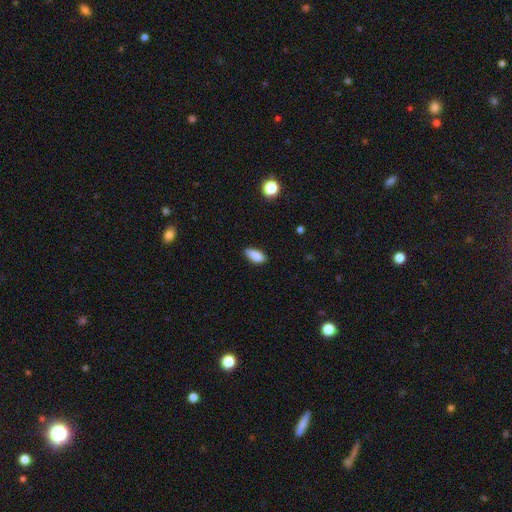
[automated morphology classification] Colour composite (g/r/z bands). It shows a smooth galaxy with no disk features (86%) that is in between round and cigar-shaped (84%). Merging: none (71%).